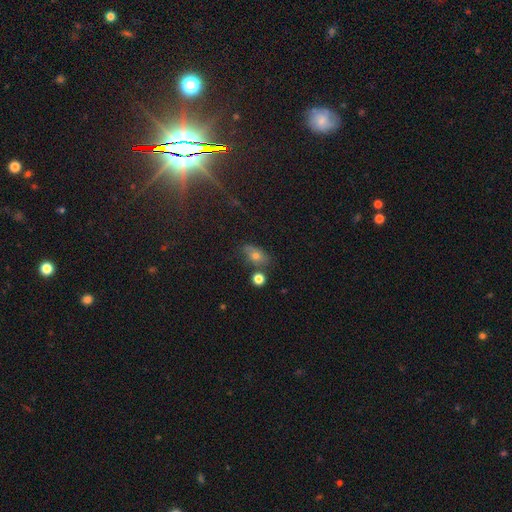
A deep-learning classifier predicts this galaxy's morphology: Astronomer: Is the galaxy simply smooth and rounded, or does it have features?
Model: smooth — 64%.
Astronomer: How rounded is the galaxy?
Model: in between — 77%.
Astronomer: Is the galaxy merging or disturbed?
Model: none — 66%.